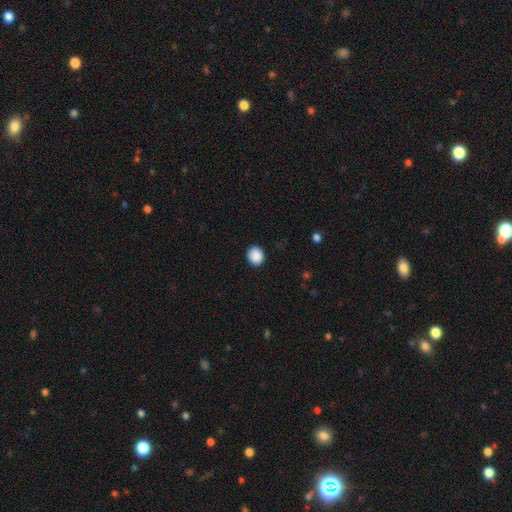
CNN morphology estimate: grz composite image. It shows a smooth galaxy with no disk features (90%) that is round (72%). Merging: none (91%).